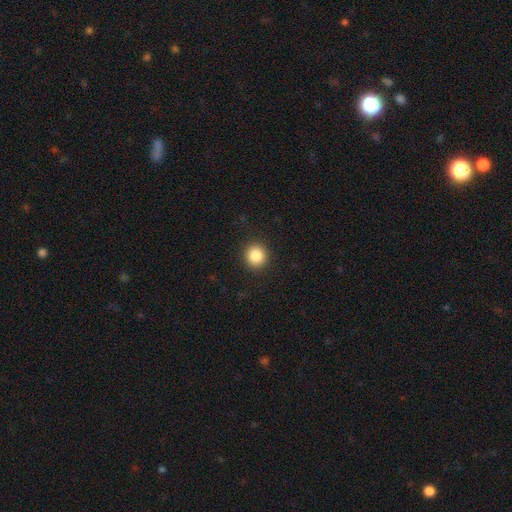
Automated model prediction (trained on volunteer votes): Smooth or featured?
  - smooth: 86% *
  - star or artifact: 10%
  - featured or disk: 5%
How rounded?
  - round: 91% *
  - in between: 8%
  - cigar-shaped: 1%
Merging?
  - none: 92% *
  - minor disturbance: 5%
  - major disturbance: 2%
  - merger: 1%